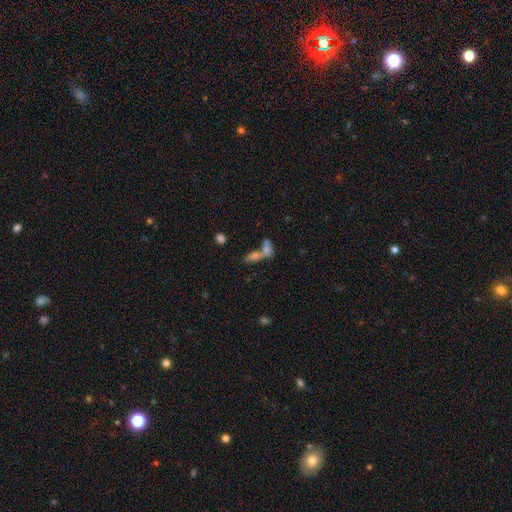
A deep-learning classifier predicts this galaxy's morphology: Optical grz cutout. It shows a smooth galaxy with no disk features (59%) that is in between round and cigar-shaped (62%). Merging: merger (57%).